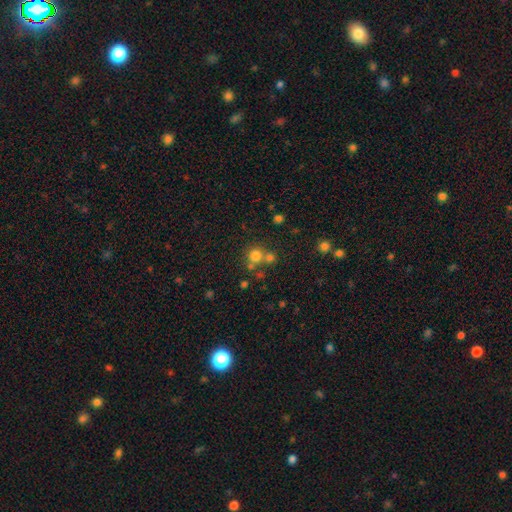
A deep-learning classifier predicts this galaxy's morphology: smooth_or_featured: smooth (p=0.74) [alt: star or artifact p=0.17]
how_rounded: round (p=0.89) [alt: in between p=0.10]
merging: none (p=0.58) [alt: merger p=0.30]